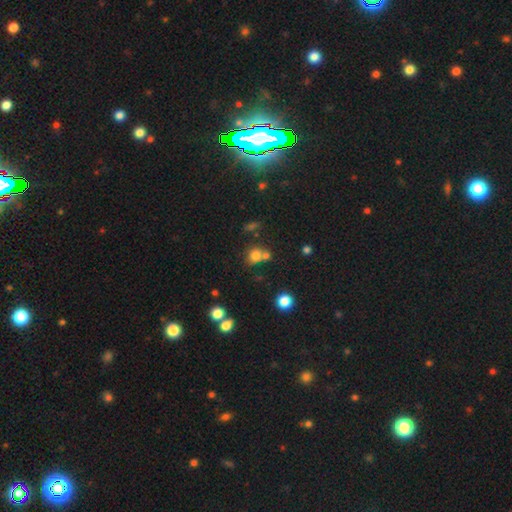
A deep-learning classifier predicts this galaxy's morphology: type=smooth (74%); roundness=round (77%); merging=none (51%).